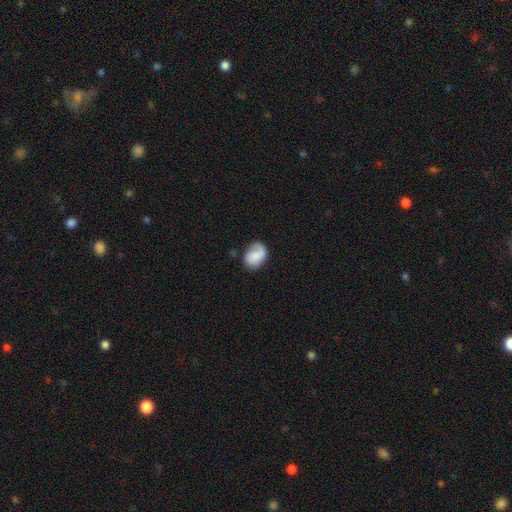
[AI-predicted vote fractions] Morphology: type=smooth (63%); roundness=in between (69%); merging=none (55%).